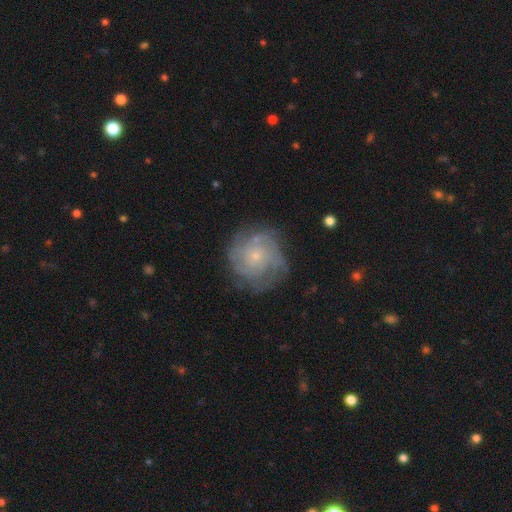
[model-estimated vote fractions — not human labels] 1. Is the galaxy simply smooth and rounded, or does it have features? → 73% featured or disk, 19% smooth, 8% star or artifact.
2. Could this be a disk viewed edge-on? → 98% no, 2% yes.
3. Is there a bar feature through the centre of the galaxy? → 82% no, 16% weak, 2% strong.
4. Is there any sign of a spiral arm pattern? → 89% yes, 11% no.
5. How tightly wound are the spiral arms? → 60% tight, 31% medium, 10% loose.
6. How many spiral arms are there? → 38% can't tell, 20% 3, 16% 4, 14% 2, 6% more than 4, 6% 1.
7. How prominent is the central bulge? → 78% small, 16% moderate, 3% none, 1% large, 1% dominant.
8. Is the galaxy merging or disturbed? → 71% none, 19% minor disturbance, 9% major disturbance, 2% merger.